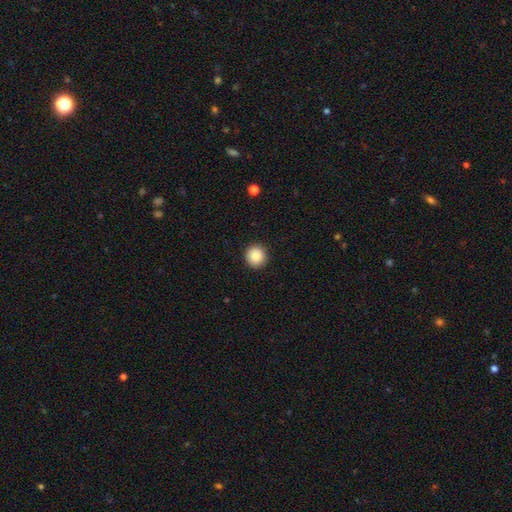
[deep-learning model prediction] This appears to be a smooth galaxy with no disk features (87%) that is round (94%). Merging: none (92%).